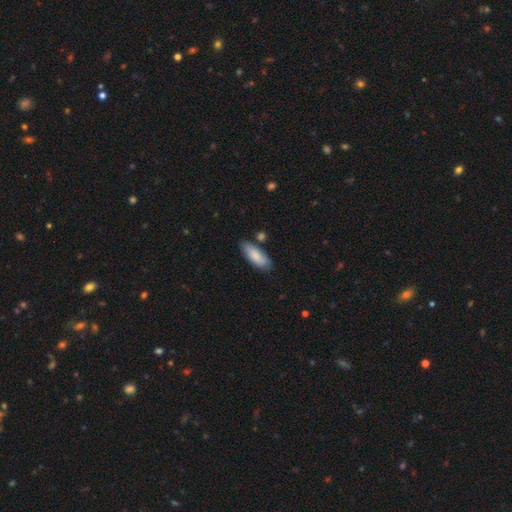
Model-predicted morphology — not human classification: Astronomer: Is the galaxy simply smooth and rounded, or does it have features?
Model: smooth — 82%.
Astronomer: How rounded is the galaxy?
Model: in between — 73%.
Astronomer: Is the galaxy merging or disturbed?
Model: none — 75%.